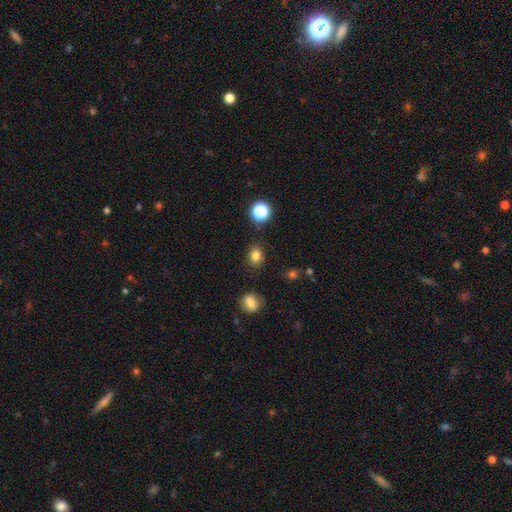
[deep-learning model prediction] smooth 81%, star or artifact 14%, featured or disk 5%. Down the decision tree: how rounded — round (60%); merging — none (87%).